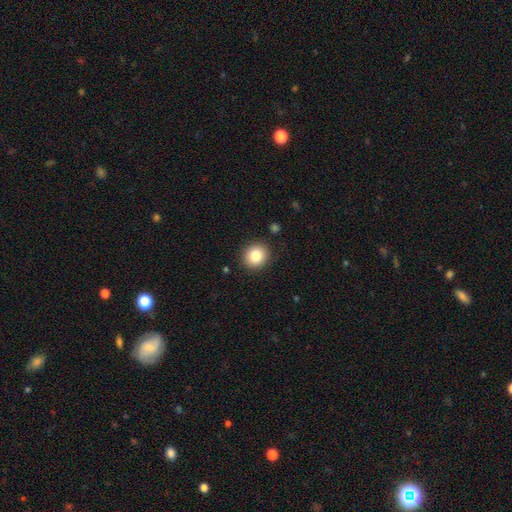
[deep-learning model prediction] smooth 83%, star or artifact 10%, featured or disk 8%. Down the decision tree: how rounded — round (83%); merging — none (90%).